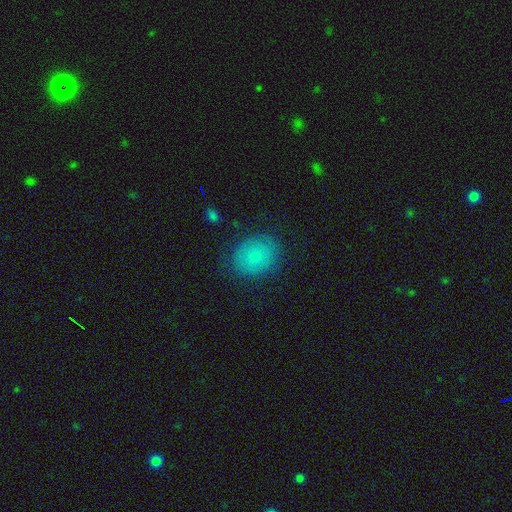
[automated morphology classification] smooth 78%, featured or disk 13%, star or artifact 9%. Down the decision tree: how rounded — round (58%); merging — none (78%).